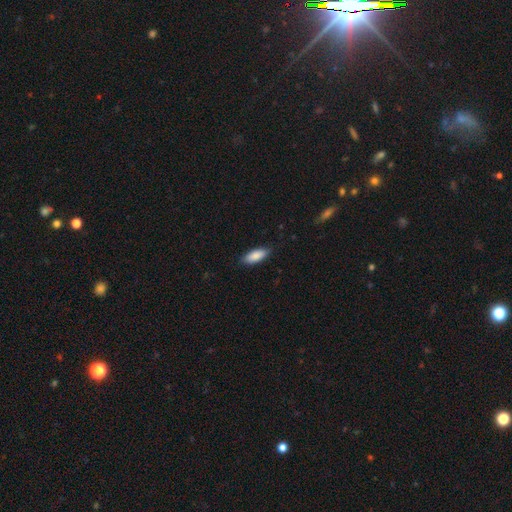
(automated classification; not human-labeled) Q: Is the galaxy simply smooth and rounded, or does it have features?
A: smooth — 86%.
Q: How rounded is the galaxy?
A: in between — 74%.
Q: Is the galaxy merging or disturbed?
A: none — 84%.